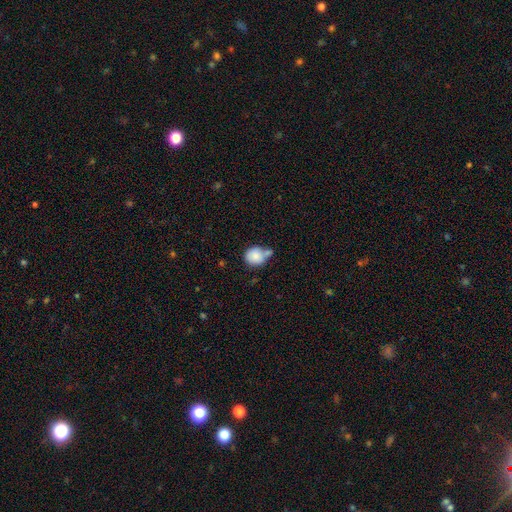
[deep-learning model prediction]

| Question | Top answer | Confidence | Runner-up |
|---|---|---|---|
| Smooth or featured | smooth | 83% | featured or disk (9%) |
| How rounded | round | 80% | in between (19%) |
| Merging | none | 43% | merger (33%) |